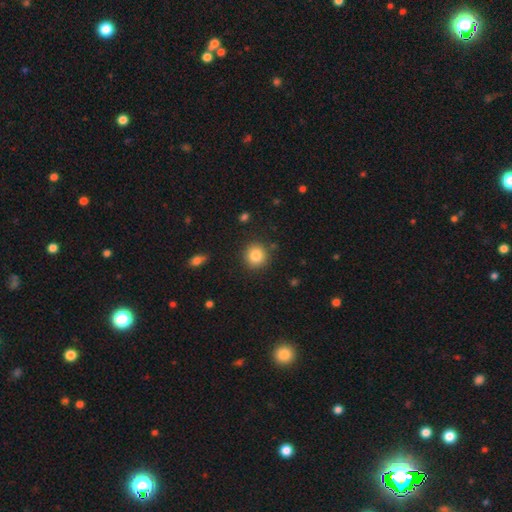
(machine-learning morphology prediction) smooth-or-featured: smooth: 83% | star or artifact: 10% | featured or disk: 7%
  how-rounded: round: 92% | in between: 7% | cigar-shaped: 1%
  merging: none: 89% | minor disturbance: 7% | major disturbance: 2% | merger: 2%